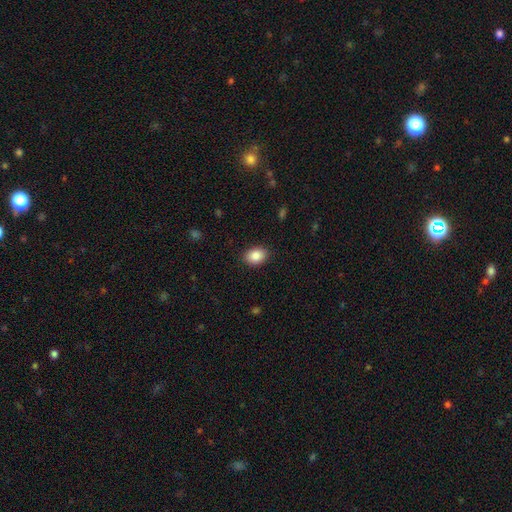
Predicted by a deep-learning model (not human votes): Smooth or featured? smooth (87%)
How rounded? in between (76%)
Merging? none (89%)